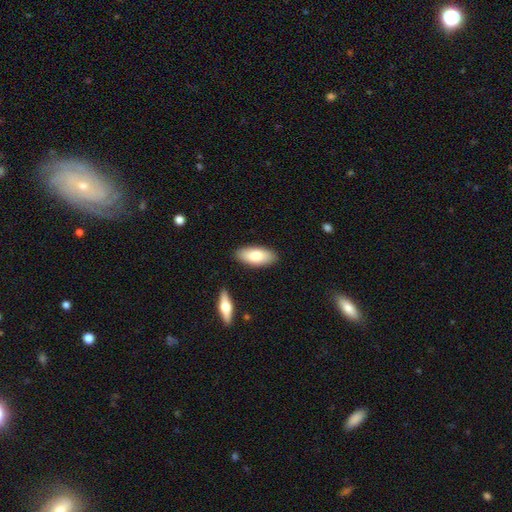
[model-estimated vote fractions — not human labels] smooth 78%, featured or disk 17%, star or artifact 6%. Down the decision tree: how rounded — in between (85%); merging — none (87%).